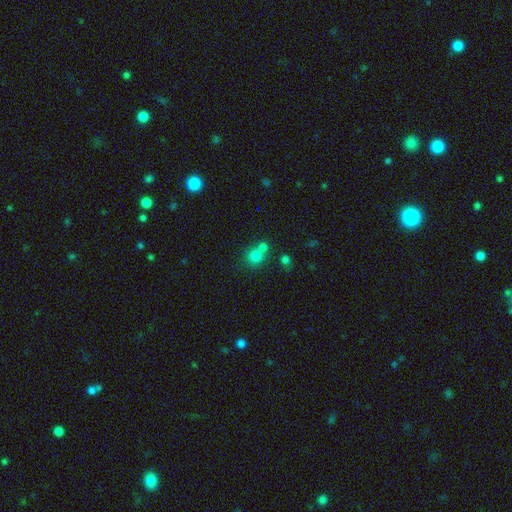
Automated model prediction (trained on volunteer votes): A smooth galaxy with no disk features (78%) that is round (85%). Merging: none (54%).